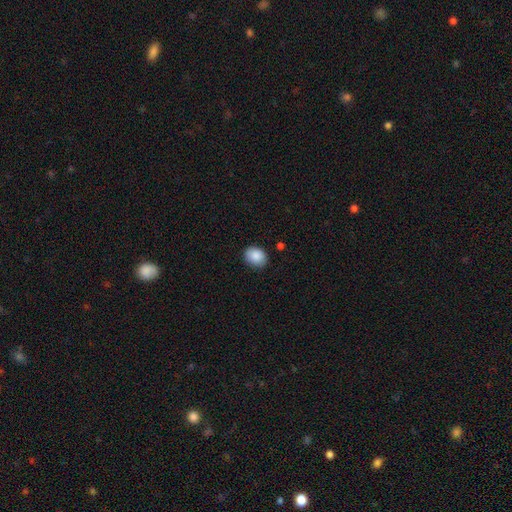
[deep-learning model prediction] smooth_or_featured: smooth (p=0.88) [alt: star or artifact p=0.08]
how_rounded: in between (p=0.51) [alt: round p=0.48]
merging: none (p=0.85) [alt: minor disturbance p=0.11]